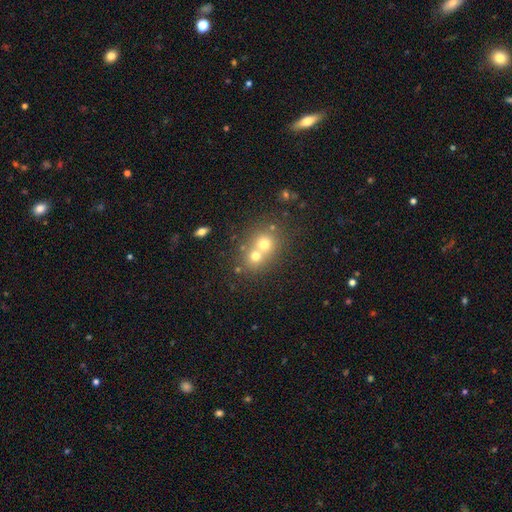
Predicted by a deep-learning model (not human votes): The model was most divided on "merging": merger: 60%, none: 33%, minor disturbance: 5%, major disturbance: 2%. More confident: how rounded — round (77%); smooth or featured — smooth (67%).